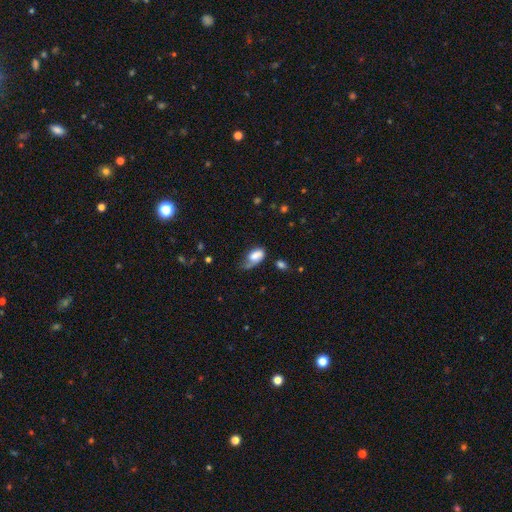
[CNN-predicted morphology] A smooth galaxy with no disk features (72%) that is in between round and cigar-shaped (90%). Merging: minor disturbance (37%).